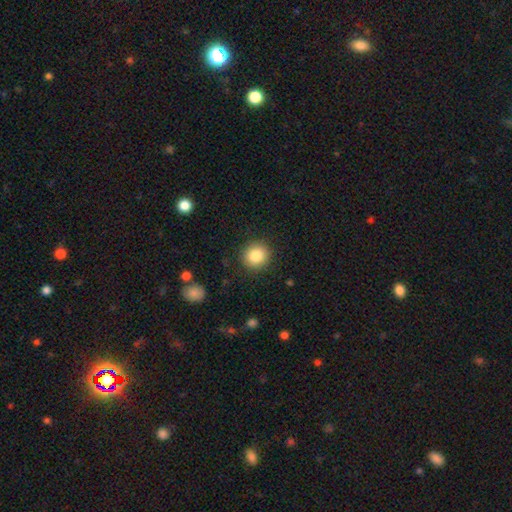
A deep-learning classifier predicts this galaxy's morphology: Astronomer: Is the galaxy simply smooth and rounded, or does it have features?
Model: smooth — 85%.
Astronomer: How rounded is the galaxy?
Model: round — 90%.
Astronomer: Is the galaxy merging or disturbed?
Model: none — 90%.